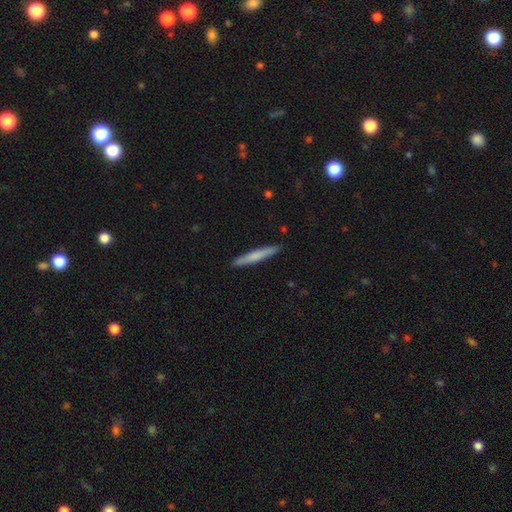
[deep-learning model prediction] This appears to be a smooth galaxy with no disk features (68%) that is cigar-shaped (95%). Merging: none (91%).